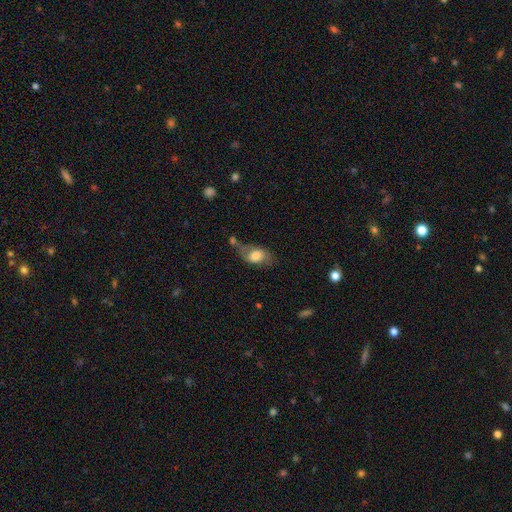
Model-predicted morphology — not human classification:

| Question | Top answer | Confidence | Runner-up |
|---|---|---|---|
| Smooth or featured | smooth | 63% | featured or disk (29%) |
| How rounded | in between | 81% | round (16%) |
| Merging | none | 38% | minor disturbance (24%) |